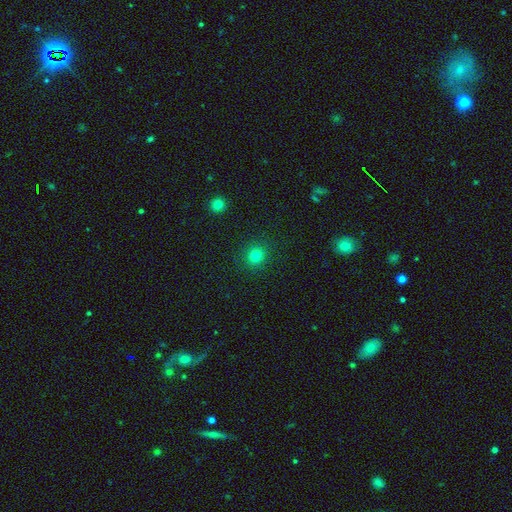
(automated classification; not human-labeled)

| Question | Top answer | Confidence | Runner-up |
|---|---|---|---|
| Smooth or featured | smooth | 80% | star or artifact (15%) |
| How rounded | round | 89% | in between (10%) |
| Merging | none | 90% | minor disturbance (6%) |